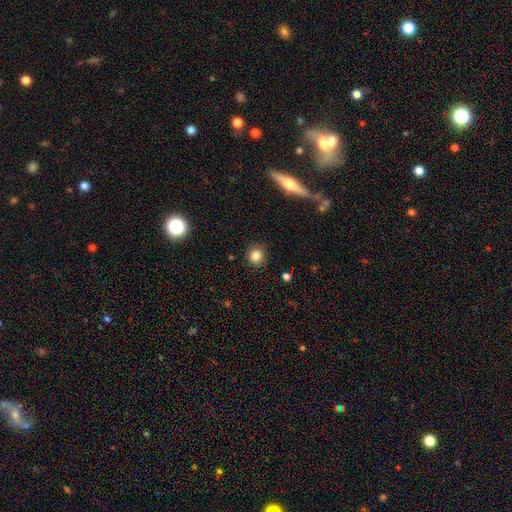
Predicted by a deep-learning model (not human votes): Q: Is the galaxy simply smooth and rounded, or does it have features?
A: smooth — 83%.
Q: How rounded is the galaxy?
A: round — 91%.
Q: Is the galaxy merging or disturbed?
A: none — 88%.